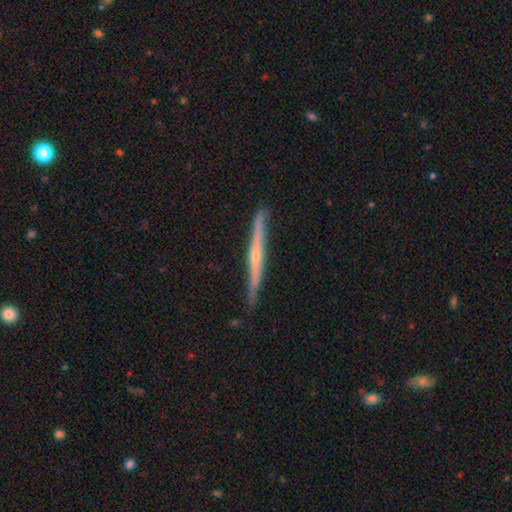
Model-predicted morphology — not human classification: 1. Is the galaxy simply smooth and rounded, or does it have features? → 73% featured or disk, 21% smooth, 5% star or artifact.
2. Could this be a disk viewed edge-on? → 97% yes, 3% no.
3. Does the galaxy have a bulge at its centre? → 66% rounded, 30% none, 4% boxy.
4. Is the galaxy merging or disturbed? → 86% none, 11% minor disturbance, 2% major disturbance, 1% merger.